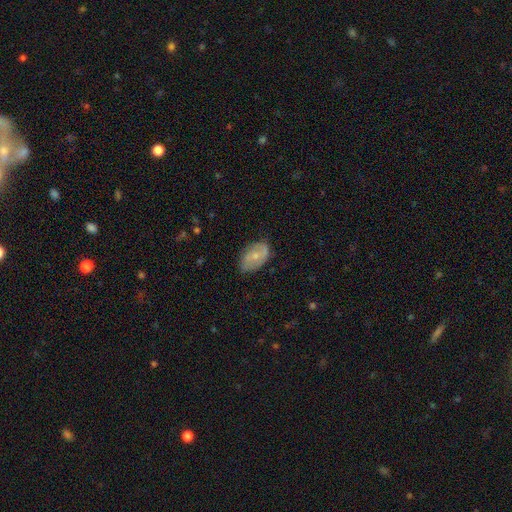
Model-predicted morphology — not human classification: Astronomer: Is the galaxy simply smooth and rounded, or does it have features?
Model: featured or disk — 50% (runner-up: smooth, 43%).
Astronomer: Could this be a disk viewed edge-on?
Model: no — 94%.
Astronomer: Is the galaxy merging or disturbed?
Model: none — 69%.